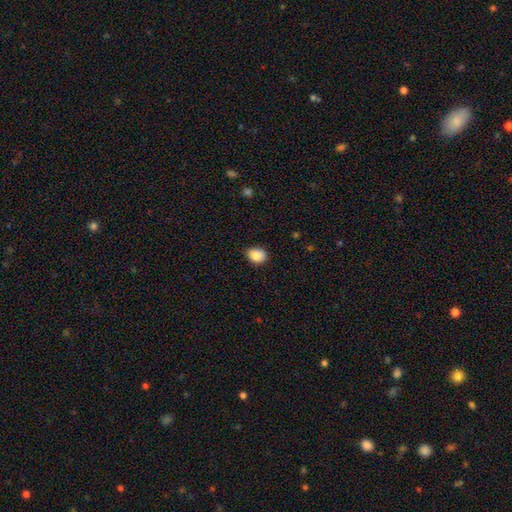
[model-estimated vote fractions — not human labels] Smooth or featured? smooth (87%)
How rounded? in between (61%)
Merging? none (84%)